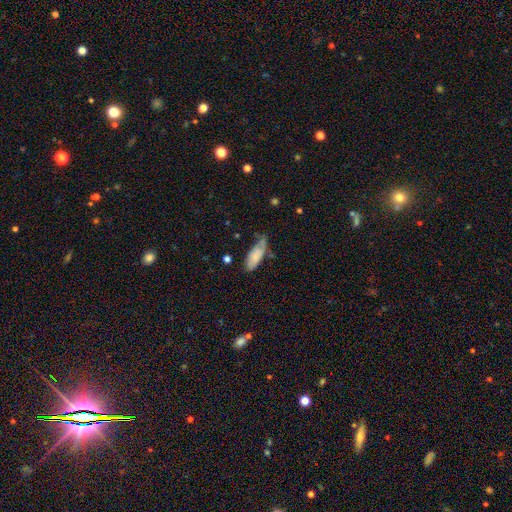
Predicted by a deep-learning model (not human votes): Smooth or featured?
  - smooth: 76% *
  - featured or disk: 17%
  - star or artifact: 7%
How rounded?
  - in between: 74% *
  - cigar-shaped: 25%
  - round: 2%
Merging?
  - none: 47% *
  - minor disturbance: 37%
  - major disturbance: 11%
  - merger: 5%